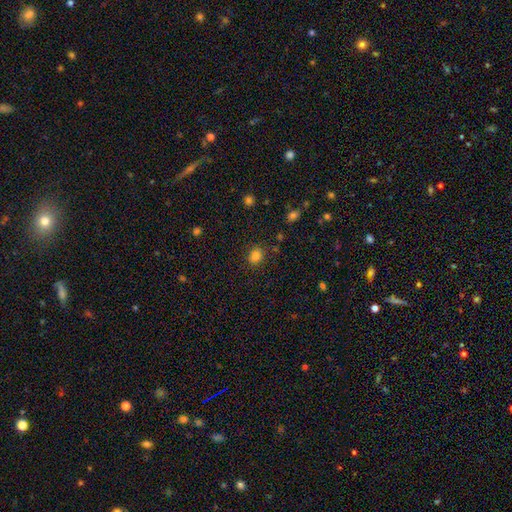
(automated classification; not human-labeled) Overall: smooth (82%). How rounded: round (57%; in between 42%). Merging: none (80%).